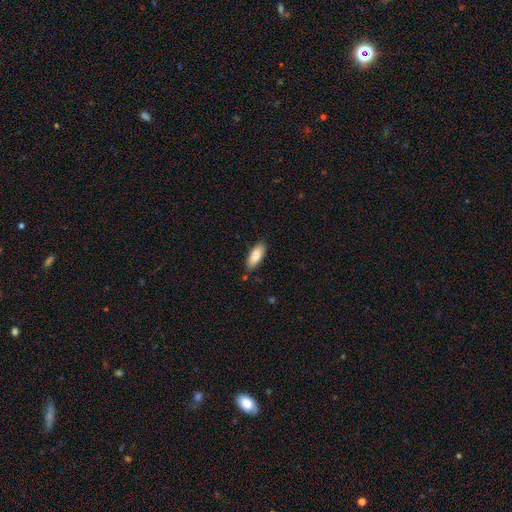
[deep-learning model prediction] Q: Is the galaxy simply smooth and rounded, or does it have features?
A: smooth — 85%.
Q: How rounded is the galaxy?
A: in between — 80%.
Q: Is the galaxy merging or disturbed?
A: none — 83%.